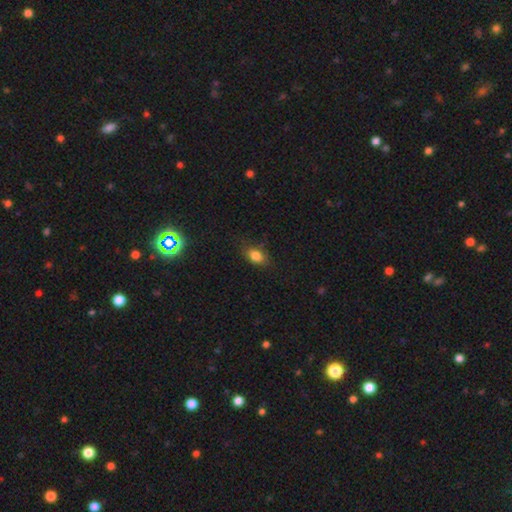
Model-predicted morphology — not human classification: Overall: smooth (81%). How rounded: in between (73%). Merging: none (76%).